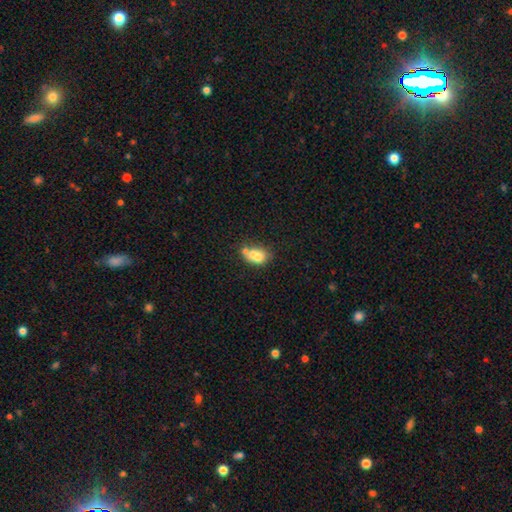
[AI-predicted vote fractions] A smooth galaxy with no disk features (68%) that is in between round and cigar-shaped (63%). Merging: merger (46%).